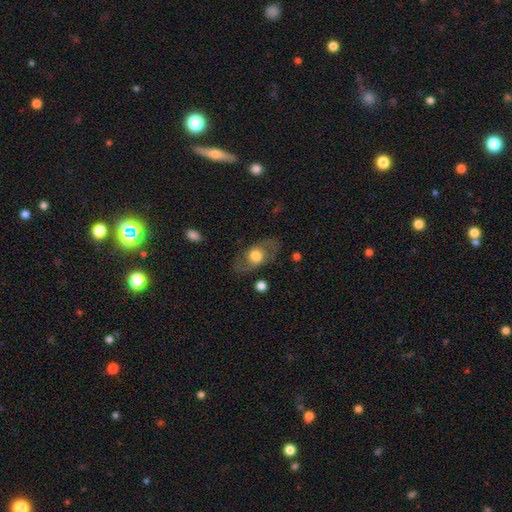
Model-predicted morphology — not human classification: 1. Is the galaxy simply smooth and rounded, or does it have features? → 52% featured or disk, 42% smooth, 7% star or artifact.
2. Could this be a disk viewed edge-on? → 86% no, 14% yes.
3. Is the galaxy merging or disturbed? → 73% none, 15% minor disturbance, 10% major disturbance, 2% merger.